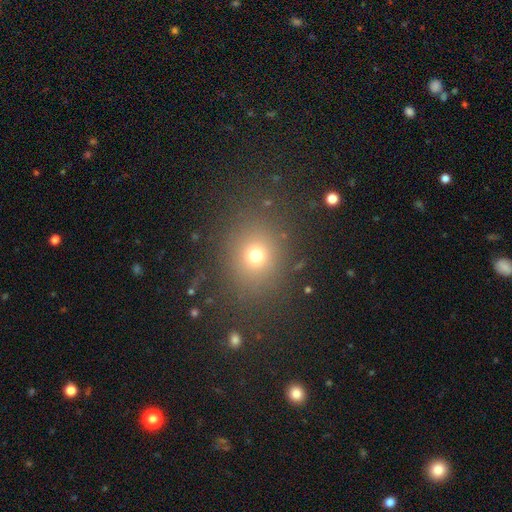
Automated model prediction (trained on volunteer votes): Smooth or featured: smooth — 70% (star or artifact — 20%)
How rounded: round — 66% (in between — 33%)
Merging: none — 82% (minor disturbance — 10%)